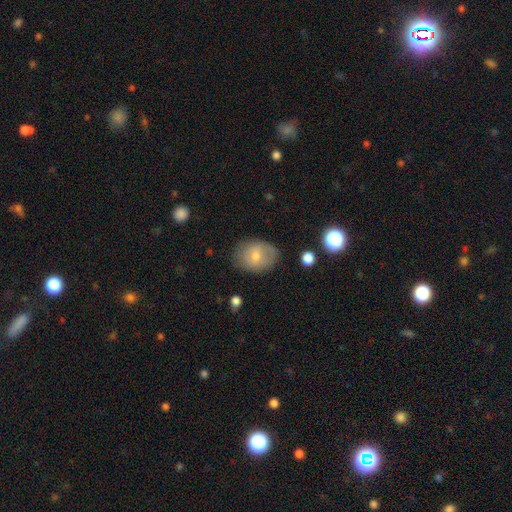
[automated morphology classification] Smooth or featured: smooth — 65% (featured or disk — 28%)
How rounded: in between — 66% (round — 34%)
Merging: none — 72% (minor disturbance — 20%)